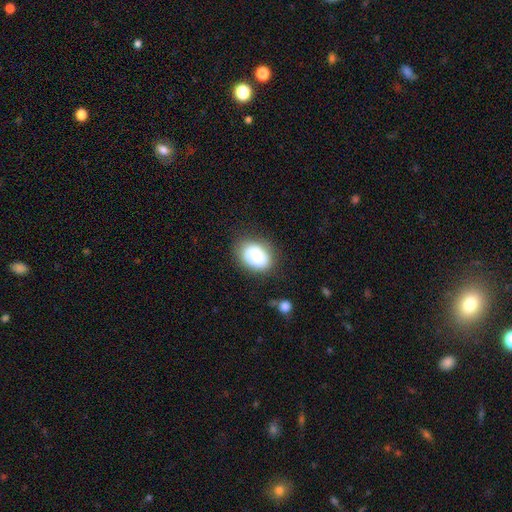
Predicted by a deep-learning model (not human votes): Morphology: type=smooth (70%); roundness=in between (69%); merging=none (72%).